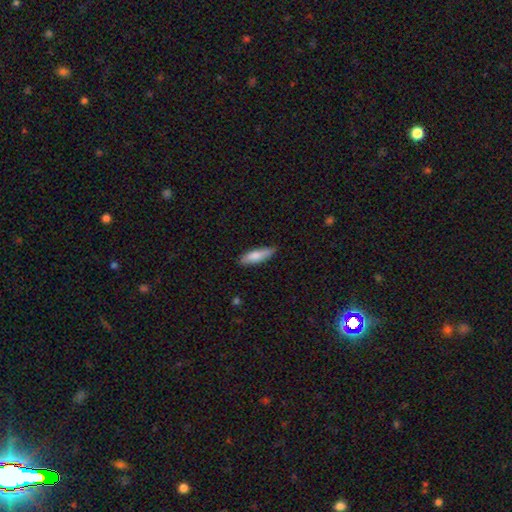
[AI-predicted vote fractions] Morphology: type=smooth (81%); roundness=cigar-shaped (52%); merging=none (80%).